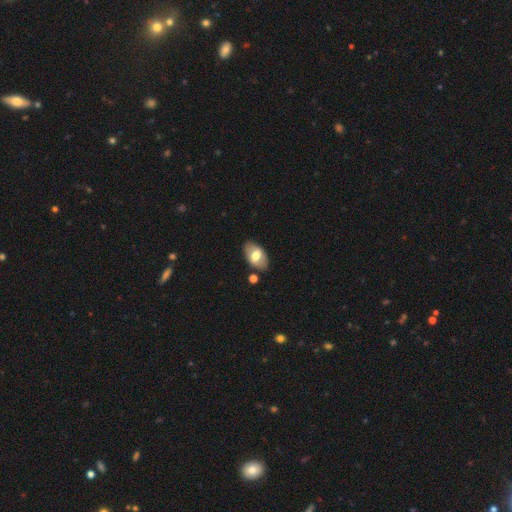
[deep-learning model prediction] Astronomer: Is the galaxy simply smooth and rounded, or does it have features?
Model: smooth — 63%.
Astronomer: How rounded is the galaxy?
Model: in between — 91%.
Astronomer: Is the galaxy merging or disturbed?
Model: none — 78%.